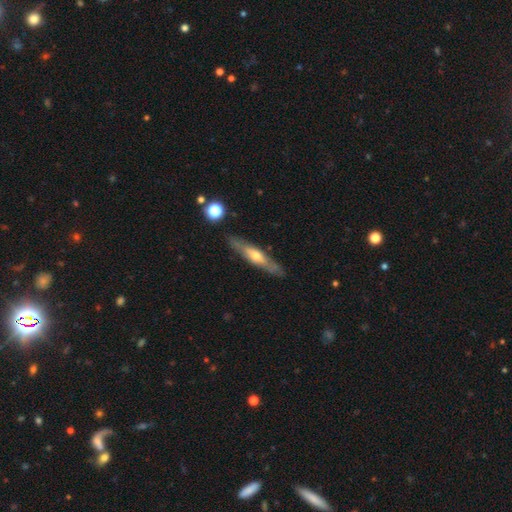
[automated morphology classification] Smooth or featured: featured or disk — 60% (smooth — 34%)
Edge-on disk: yes — 80% (no — 20%)
Merging: none — 85% (minor disturbance — 11%)